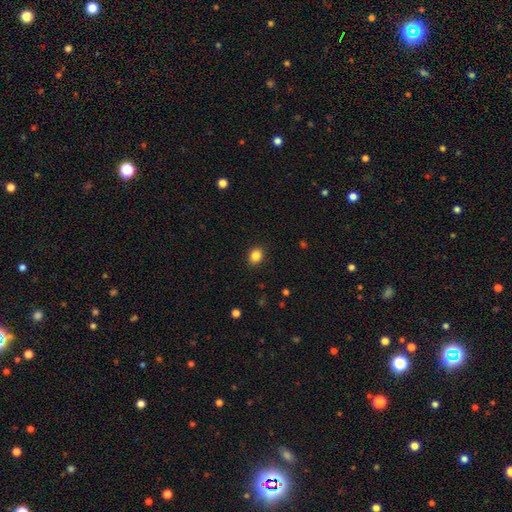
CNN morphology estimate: type=smooth (86%); roundness=round (52%); merging=none (90%).